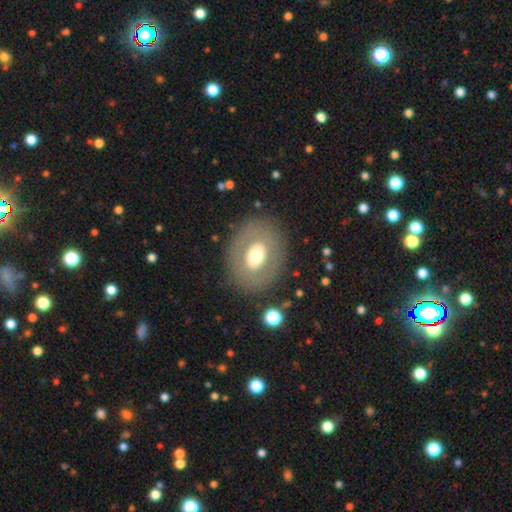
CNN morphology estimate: Overall: smooth (50%; featured or disk 42%). How rounded: in between (53%; round 46%). Merging: none (82%).